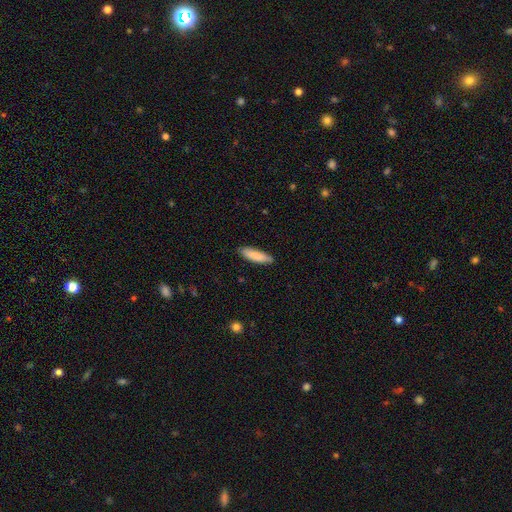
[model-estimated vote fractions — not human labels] This is clearly a smooth galaxy (86%). How rounded: likely cigar-shaped (69%). Merging: clearly none (87%).